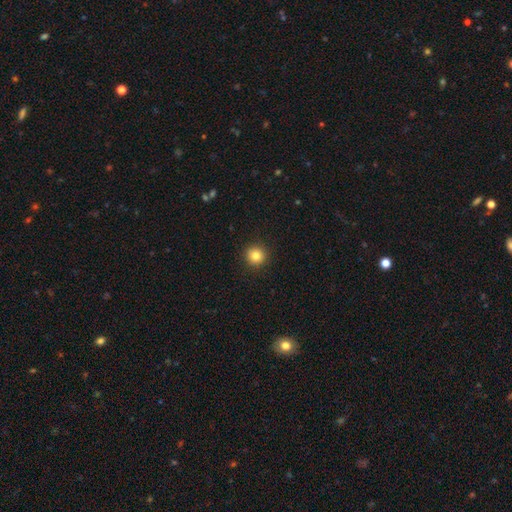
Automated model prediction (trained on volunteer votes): A smooth galaxy with no disk features (83%) that is round (94%).

Vote fractions:
- Smooth or featured? smooth: 83% / star or artifact: 11% / featured or disk: 6%
- How rounded? round: 94% / in between: 5% / cigar-shaped: 1%
- Merging? none: 93% / minor disturbance: 5% / major disturbance: 2% / merger: 1%